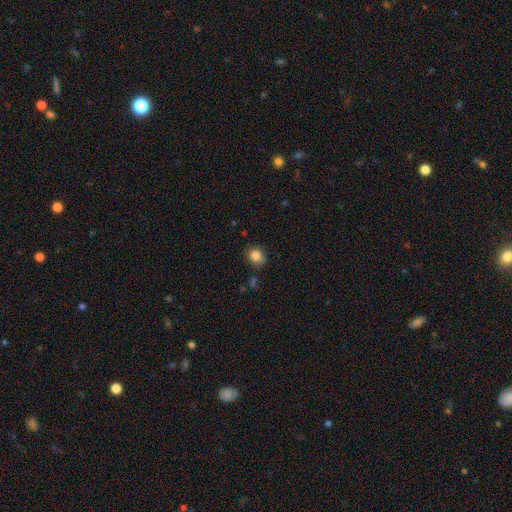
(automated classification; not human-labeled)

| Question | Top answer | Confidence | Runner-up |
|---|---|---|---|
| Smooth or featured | smooth | 85% | star or artifact (10%) |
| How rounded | round | 68% | in between (31%) |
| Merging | none | 82% | minor disturbance (13%) |